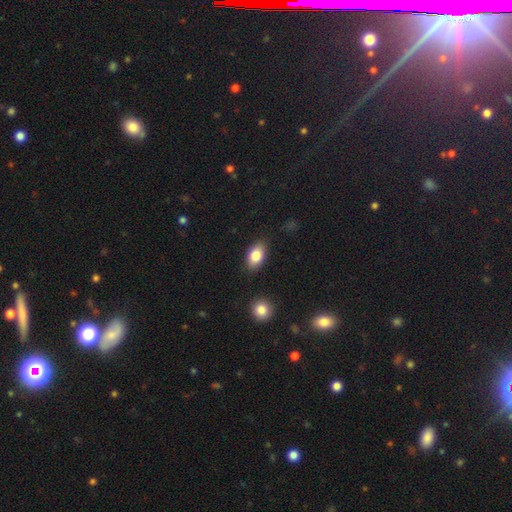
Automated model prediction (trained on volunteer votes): Morphology: type=smooth (82%); roundness=in between (88%); merging=none (85%).